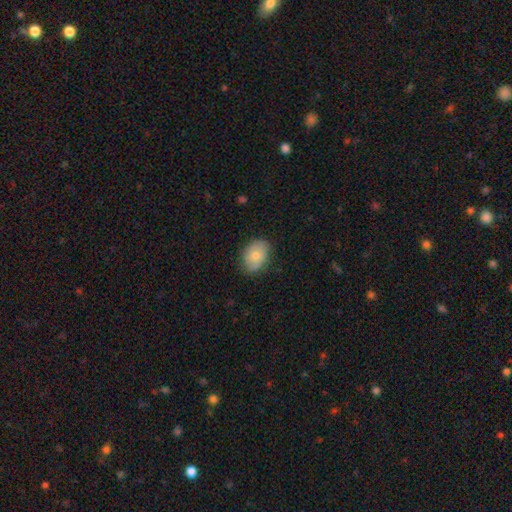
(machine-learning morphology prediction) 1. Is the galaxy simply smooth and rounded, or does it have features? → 74% smooth, 19% featured or disk, 7% star or artifact.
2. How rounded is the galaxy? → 76% in between, 23% round, 1% cigar-shaped.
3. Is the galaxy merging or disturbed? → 77% none, 18% minor disturbance, 4% major disturbance, 1% merger.